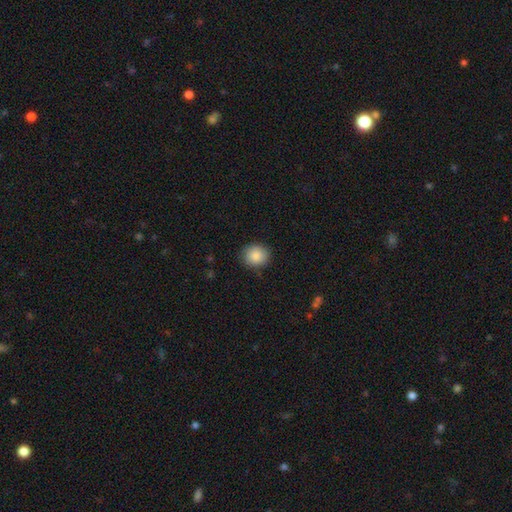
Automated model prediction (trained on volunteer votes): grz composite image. It shows a smooth galaxy with no disk features (87%) that is round (80%). Merging: none (87%).